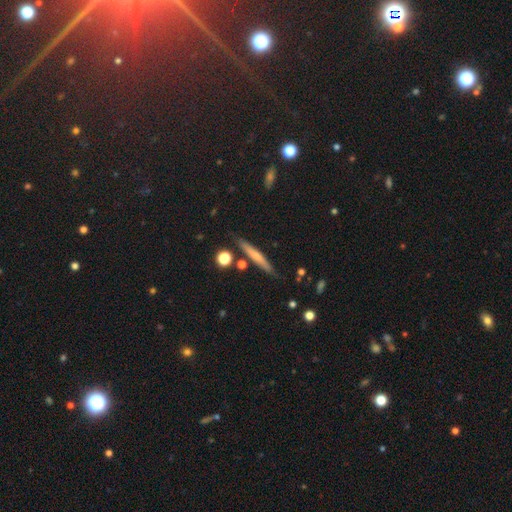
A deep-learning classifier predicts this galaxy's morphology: smooth-or-featured: smooth: 56% | featured or disk: 37% | star or artifact: 7%
  how-rounded: cigar-shaped: 93% | in between: 5% | round: 2%
  merging: none: 83% | minor disturbance: 11% | merger: 4% | major disturbance: 2%